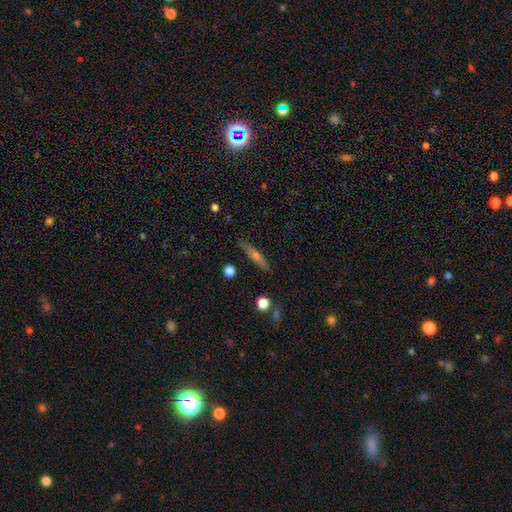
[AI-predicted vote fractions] A featured or disk galaxy (46%).

Vote fractions:
- Smooth or featured? featured or disk: 46% / smooth: 45% / star or artifact: 9%
- Merging? none: 86% / minor disturbance: 10% / major disturbance: 2% / merger: 2%